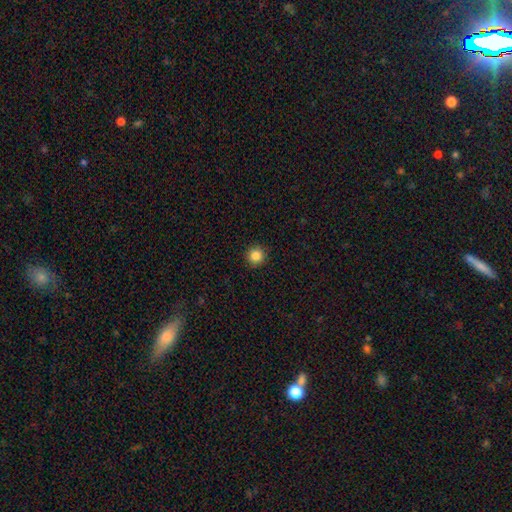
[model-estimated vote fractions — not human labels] smooth 85%, star or artifact 11%, featured or disk 4%. Down the decision tree: how rounded — round (95%); merging — none (92%).